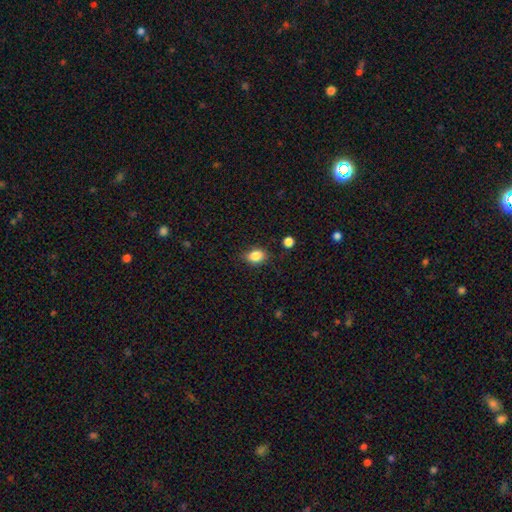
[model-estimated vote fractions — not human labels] Overall: smooth (84%). How rounded: in between (71%). Merging: none (79%).